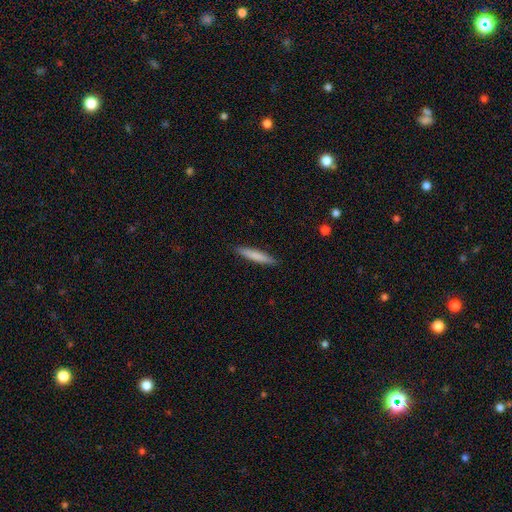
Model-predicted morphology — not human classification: smooth-or-featured: smooth: 80% | featured or disk: 15% | star or artifact: 5%
  how-rounded: cigar-shaped: 92% | in between: 7% | round: 1%
  merging: none: 91% | minor disturbance: 7% | major disturbance: 2% | merger: 1%